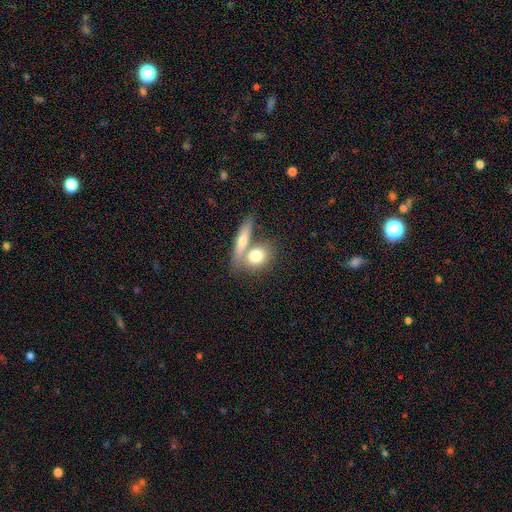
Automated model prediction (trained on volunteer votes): Q: Smooth or featured?
A: smooth (70%); runner-up: featured or disk (23%)
Q: How rounded?
A: round (45%); runner-up: in between (44%)
Q: Merging?
A: merger (45%); runner-up: none (42%)